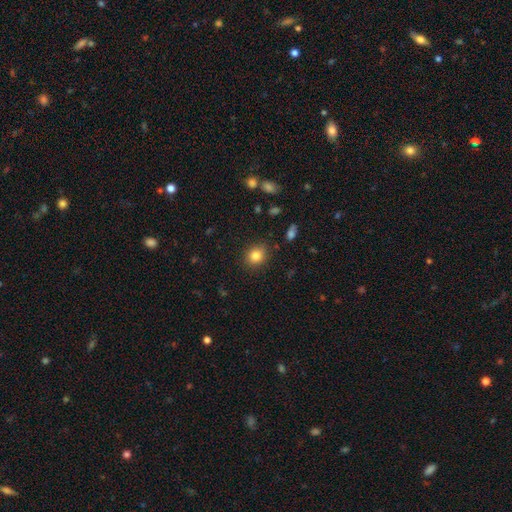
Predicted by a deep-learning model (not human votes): Overall: smooth (84%). How rounded: round (73%). Merging: none (85%).